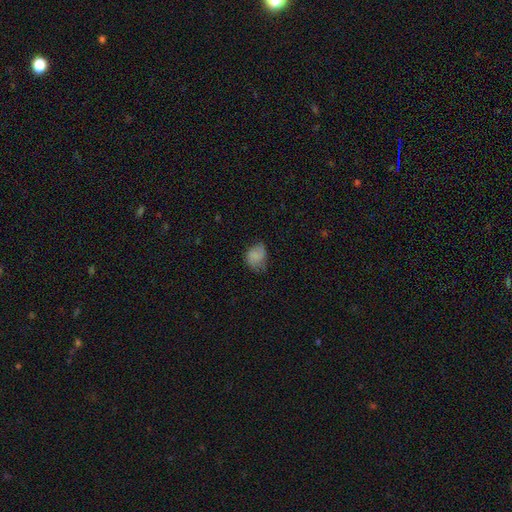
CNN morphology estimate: smooth_or_featured: smooth (p=0.68) [alt: featured or disk p=0.22]
how_rounded: in between (p=0.59) [alt: round p=0.40]
merging: none (p=0.52) [alt: minor disturbance p=0.33]